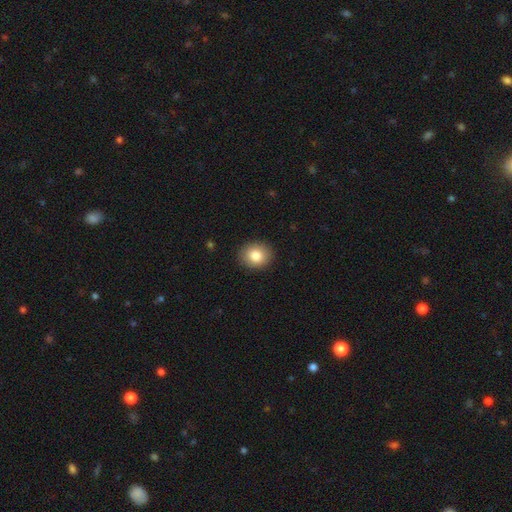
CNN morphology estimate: Overall: smooth (84%). How rounded: round (66%; in between 33%). Merging: none (90%).